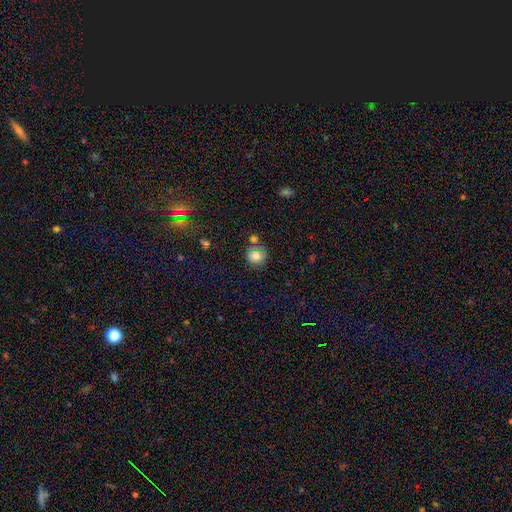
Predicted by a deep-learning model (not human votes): A smooth galaxy with no disk features (77%) that is round (85%). Merging: none (66%).